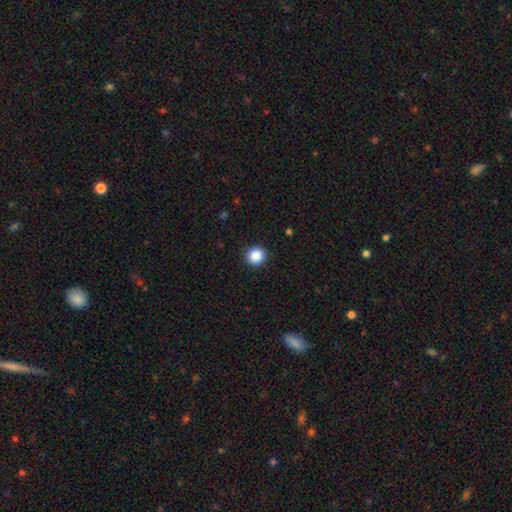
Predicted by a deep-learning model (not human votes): This appears to be a smooth galaxy with no disk features (87%) that is round (94%). Merging: none (93%).